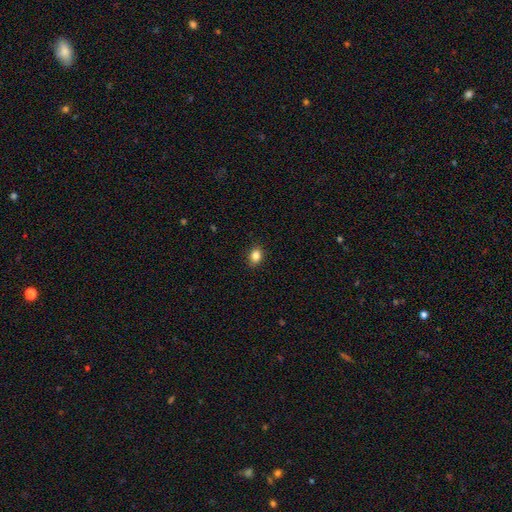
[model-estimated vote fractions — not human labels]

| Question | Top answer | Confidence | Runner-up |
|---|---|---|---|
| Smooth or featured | smooth | 85% | star or artifact (10%) |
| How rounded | in between | 59% | round (40%) |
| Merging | none | 88% | minor disturbance (9%) |